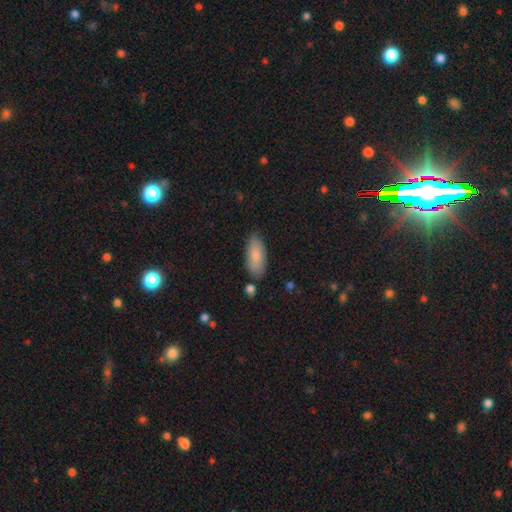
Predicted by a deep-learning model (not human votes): Morphology: type=smooth (81%); roundness=in between (86%); merging=none (79%).